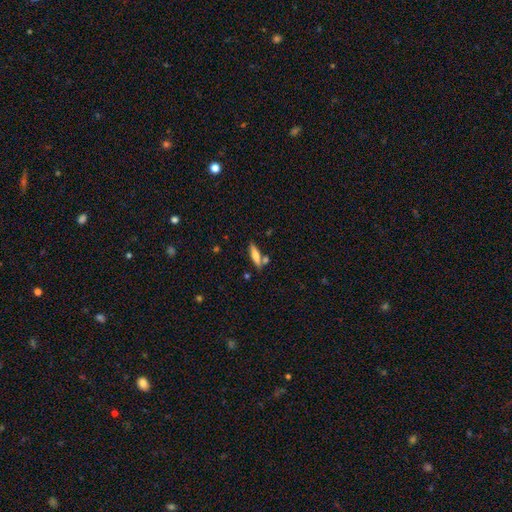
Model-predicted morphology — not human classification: A smooth galaxy with no disk features (61%) that is cigar-shaped (72%).

Vote fractions:
- Smooth or featured? smooth: 61% / featured or disk: 32% / star or artifact: 7%
- How rounded? cigar-shaped: 72% / in between: 26% / round: 2%
- Merging? none: 70% / merger: 15% / minor disturbance: 12% / major disturbance: 3%